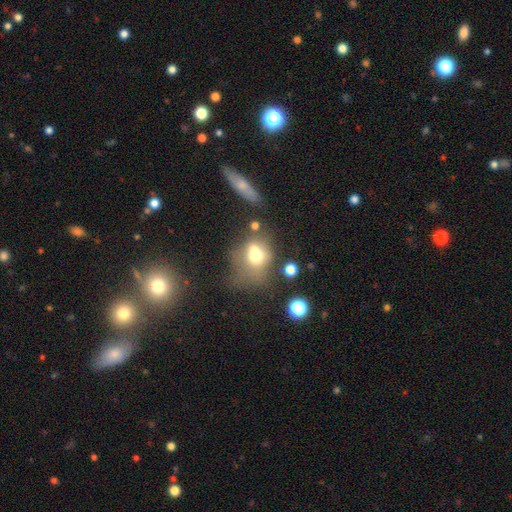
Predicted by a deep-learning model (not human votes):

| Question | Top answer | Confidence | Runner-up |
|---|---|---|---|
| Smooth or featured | smooth | 59% | featured or disk (26%) |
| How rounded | round | 55% | in between (43%) |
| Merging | merger | 41% | none (23%) |